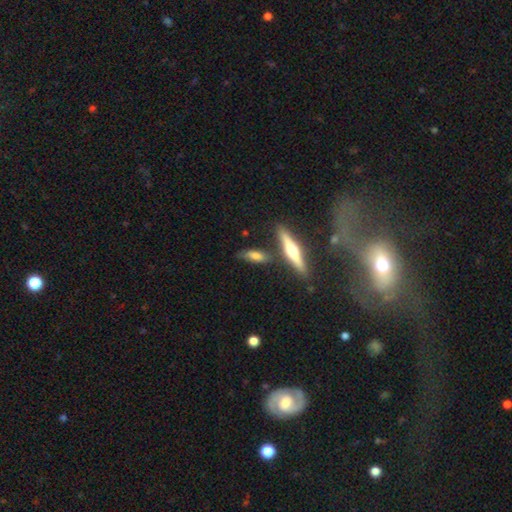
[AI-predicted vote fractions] Overall: smooth (54%; featured or disk 38%). How rounded: cigar-shaped (52%; in between 44%). Merging: none (66%).